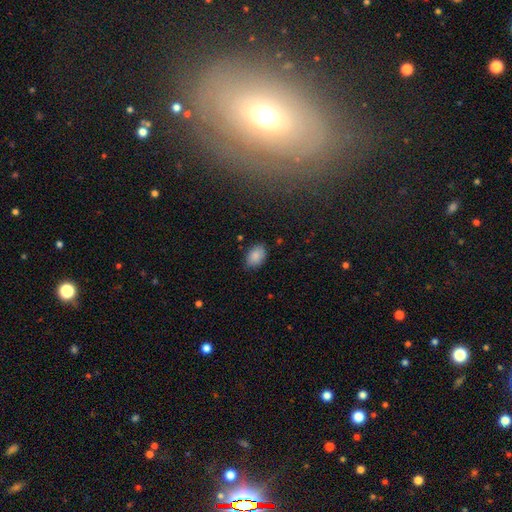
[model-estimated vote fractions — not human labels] Smooth or featured? Predicted: smooth (p=0.85). How rounded? Predicted: in between (p=0.85). Merging? Predicted: none (p=0.75).